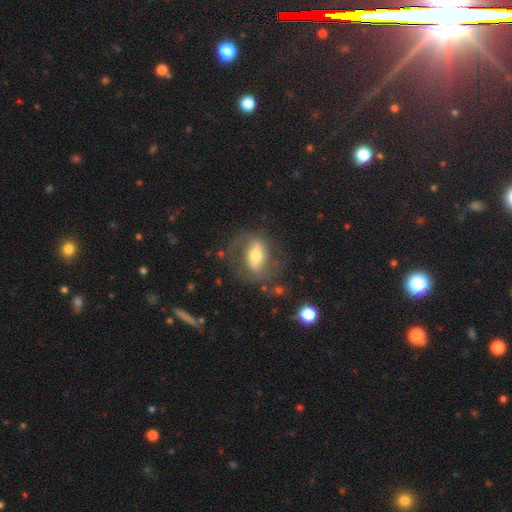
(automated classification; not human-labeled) Q: Smooth or featured?
A: featured or disk (61%); runner-up: smooth (32%)
Q: Edge-on disk?
A: no (89%); runner-up: yes (11%)
Q: Bar?
A: strong (51%); runner-up: weak (30%)
Q: Spiral arms?
A: yes (63%); runner-up: no (37%)
Q: Bulge size?
A: moderate (63%); runner-up: small (18%)
Q: Merging?
A: none (64%); runner-up: minor disturbance (18%)